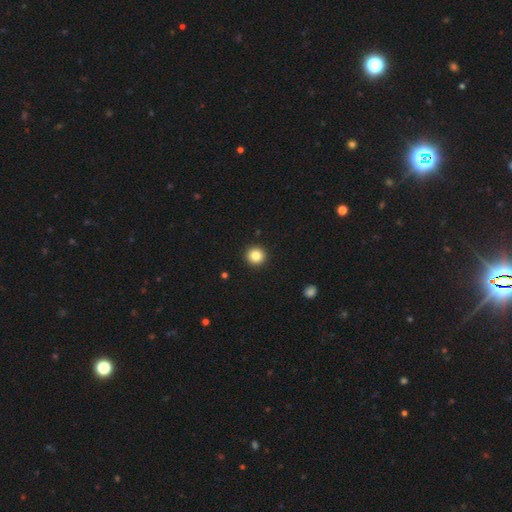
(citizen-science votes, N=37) smooth-or-featured: smooth: 84% | featured or disk: 11% | star or artifact: 5%
  how-rounded: round: 100% | in between: 0% | cigar-shaped: 0%
  merging: none: 94% | minor disturbance: 6% | major disturbance: 0% | merger: 0%